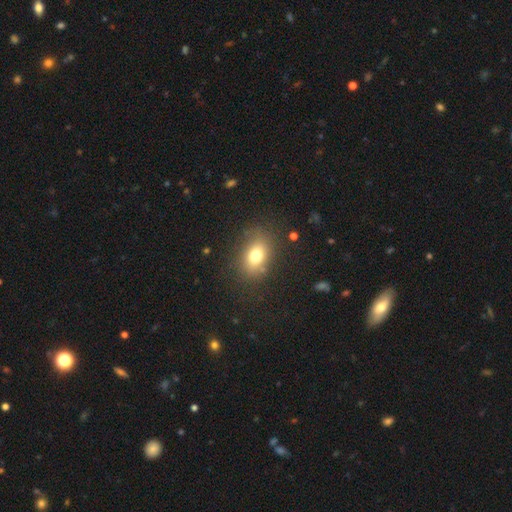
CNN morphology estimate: Smooth or featured? Predicted: smooth (p=0.75). How rounded? Predicted: in between (p=0.71). Merging? Predicted: none (p=0.81).